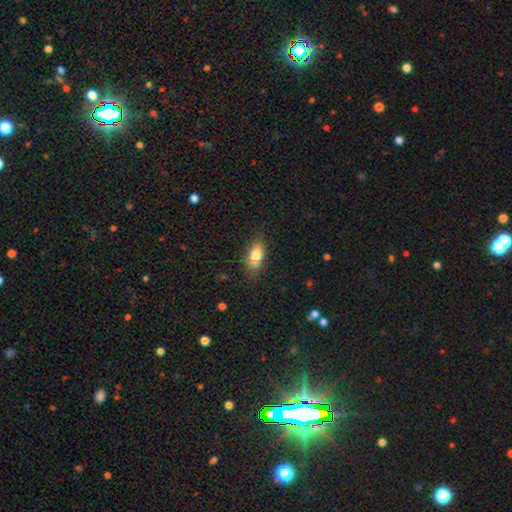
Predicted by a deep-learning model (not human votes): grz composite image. It shows a smooth galaxy with no disk features (80%) that is in between round and cigar-shaped (84%). Merging: none (81%).